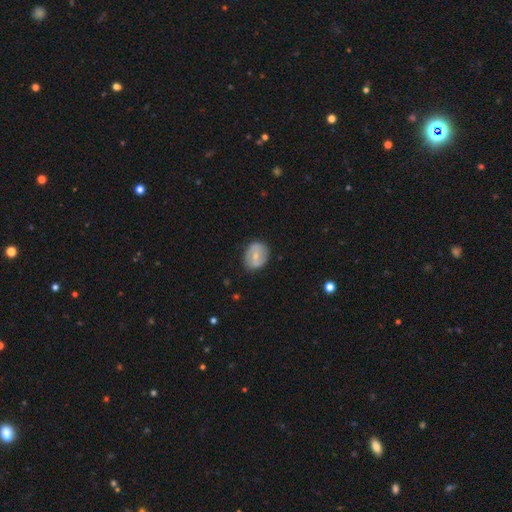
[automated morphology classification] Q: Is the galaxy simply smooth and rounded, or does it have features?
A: smooth — 47%.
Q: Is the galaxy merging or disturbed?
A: none — 77%.